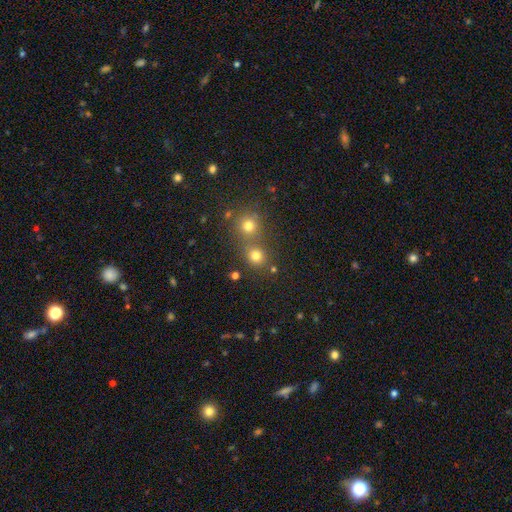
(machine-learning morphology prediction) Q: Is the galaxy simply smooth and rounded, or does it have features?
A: smooth — 76%.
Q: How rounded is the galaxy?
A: round — 85%.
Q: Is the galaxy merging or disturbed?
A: none — 60%.